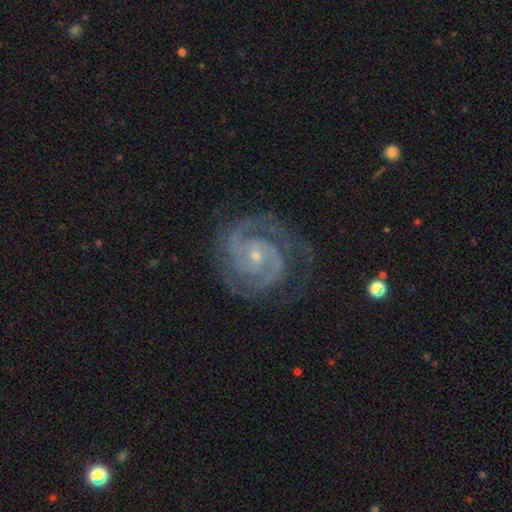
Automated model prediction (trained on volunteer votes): The model was most divided on "spiral winding": tight: 64%, medium: 32%, loose: 4%. More confident: spiral arms — yes (98%); edge-on disk — no (98%); smooth or featured — featured or disk (92%); bulge size — small (78%); spiral arm count — 2 (76%); merging — none (75%); bar — no (66%).